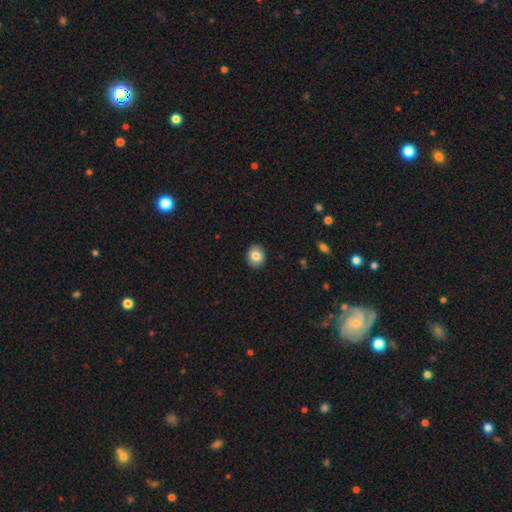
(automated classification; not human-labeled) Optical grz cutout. It shows a smooth galaxy with no disk features (81%) that is round (59%). Merging: none (90%).